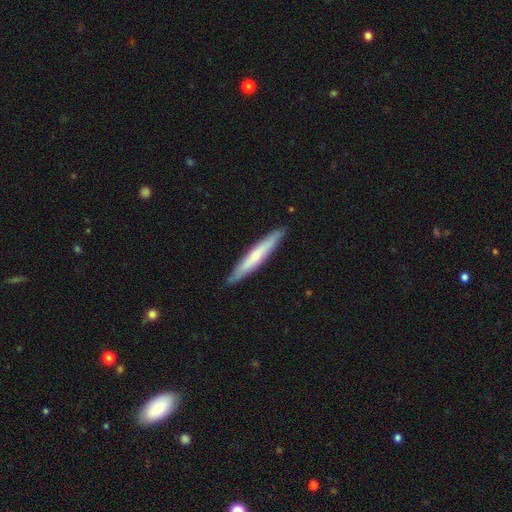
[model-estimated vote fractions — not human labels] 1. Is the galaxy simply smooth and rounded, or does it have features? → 53% smooth, 42% featured or disk, 5% star or artifact.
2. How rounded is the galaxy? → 95% cigar-shaped, 4% in between, 1% round.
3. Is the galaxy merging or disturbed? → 90% none, 8% minor disturbance, 1% major disturbance, 1% merger.